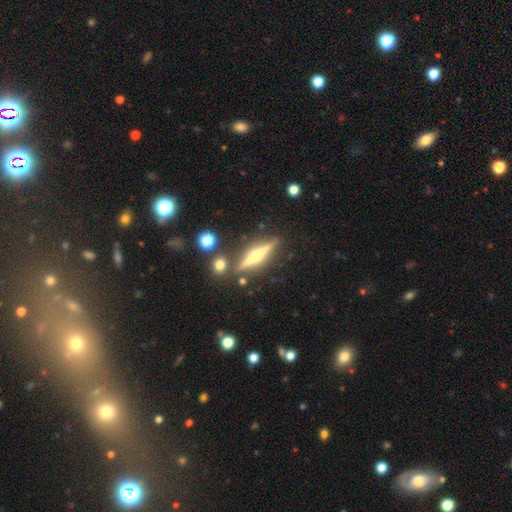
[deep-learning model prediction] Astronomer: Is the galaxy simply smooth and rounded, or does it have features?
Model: featured or disk — 77%.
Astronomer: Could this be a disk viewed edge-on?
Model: yes — 97%.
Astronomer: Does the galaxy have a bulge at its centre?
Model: rounded — 92%.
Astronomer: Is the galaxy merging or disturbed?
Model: none — 84%.